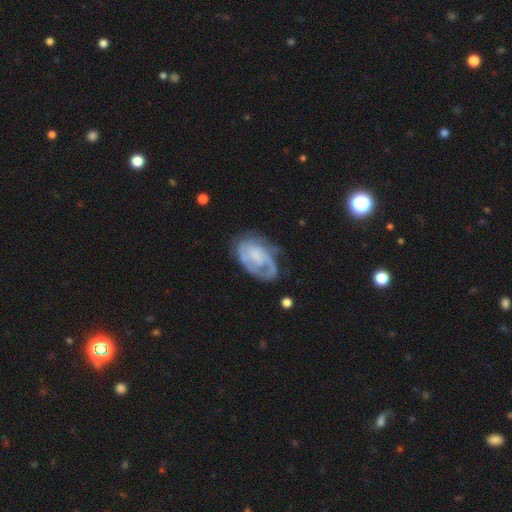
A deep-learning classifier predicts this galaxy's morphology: A featured or disk galaxy (70%) with no bar (70%), 1 (31%) tight (50%) spiral arms (83%) and no central bulge (44%). Merging: none (52%).